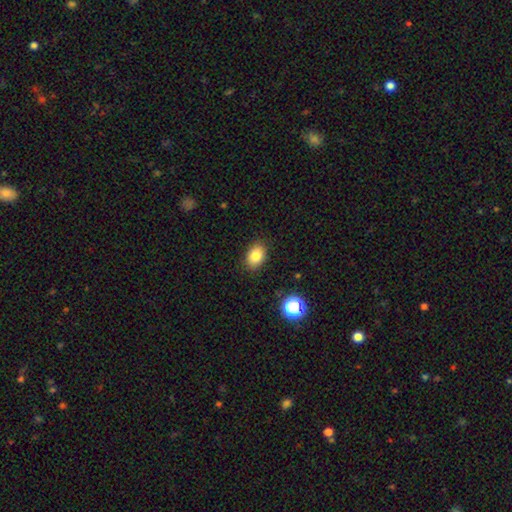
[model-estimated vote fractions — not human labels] Smooth or featured? smooth (83%)
How rounded? in between (79%)
Merging? none (88%)